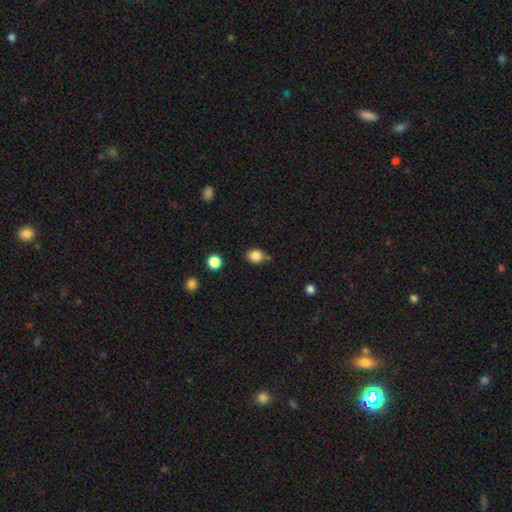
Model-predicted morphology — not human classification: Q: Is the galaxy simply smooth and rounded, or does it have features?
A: smooth — 85%.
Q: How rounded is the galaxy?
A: round — 67%.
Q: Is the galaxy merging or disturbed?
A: none — 68%.